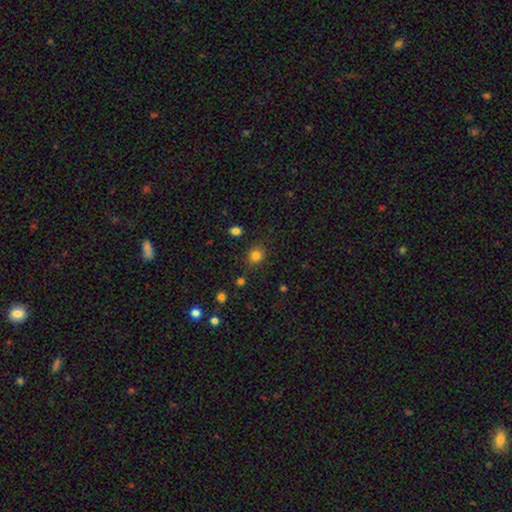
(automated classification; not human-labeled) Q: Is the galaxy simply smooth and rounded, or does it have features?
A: smooth — 82%.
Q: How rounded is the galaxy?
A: round — 81%.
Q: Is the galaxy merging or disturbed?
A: none — 84%.